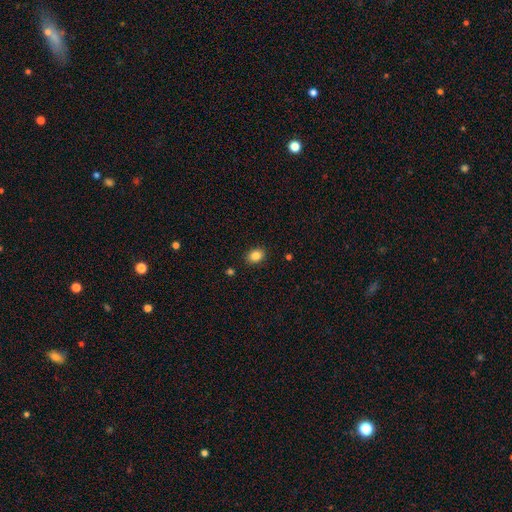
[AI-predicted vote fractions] smooth-or-featured: smooth: 85% | star or artifact: 10% | featured or disk: 6%
  how-rounded: in between: 68% | round: 31% | cigar-shaped: 1%
  merging: none: 88% | minor disturbance: 8% | major disturbance: 2% | merger: 1%